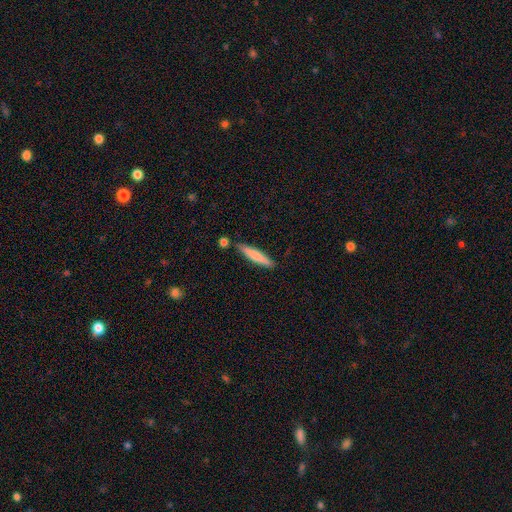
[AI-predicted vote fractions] Smooth or featured?
  - smooth: 74% *
  - featured or disk: 20%
  - star or artifact: 6%
How rounded?
  - cigar-shaped: 91% *
  - in between: 8%
  - round: 1%
Merging?
  - none: 80% *
  - minor disturbance: 11%
  - merger: 6%
  - major disturbance: 2%